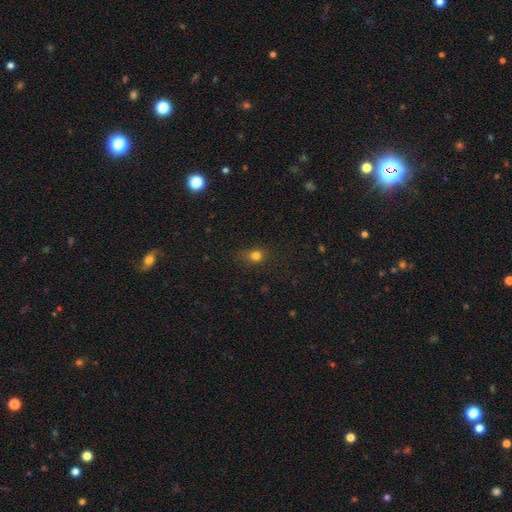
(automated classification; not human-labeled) smooth_or_featured: smooth (p=0.77) [alt: star or artifact p=0.16]
how_rounded: round (p=0.59) [alt: in between p=0.39]
merging: none (p=0.77) [alt: minor disturbance p=0.16]